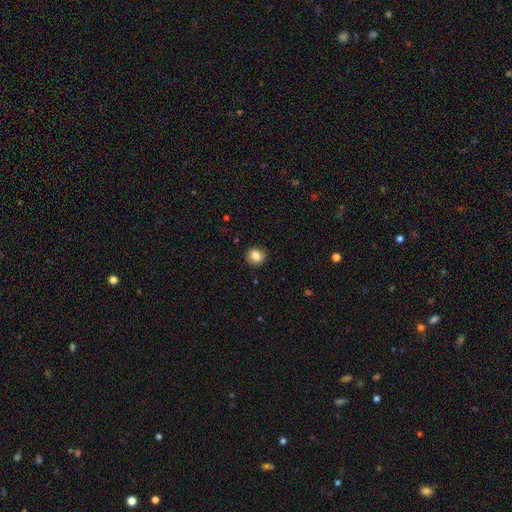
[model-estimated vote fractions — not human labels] Q: Smooth or featured?
A: smooth (84%); runner-up: star or artifact (9%)
Q: How rounded?
A: round (71%); runner-up: in between (28%)
Q: Merging?
A: none (87%); runner-up: minor disturbance (10%)